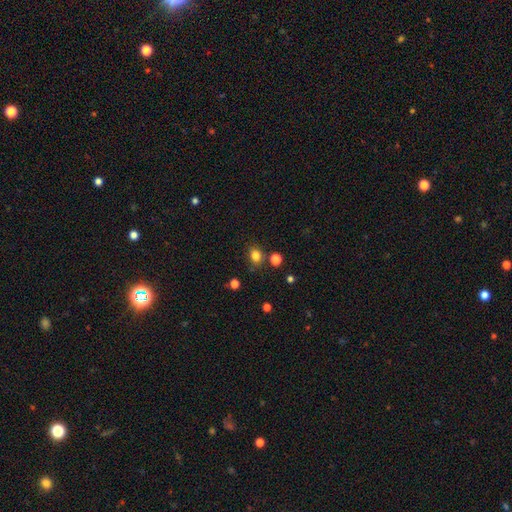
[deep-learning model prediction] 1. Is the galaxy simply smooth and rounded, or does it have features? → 81% smooth, 14% star or artifact, 5% featured or disk.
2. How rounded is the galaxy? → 61% round, 38% in between, 1% cigar-shaped.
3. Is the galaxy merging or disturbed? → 78% none, 12% minor disturbance, 7% merger, 4% major disturbance.